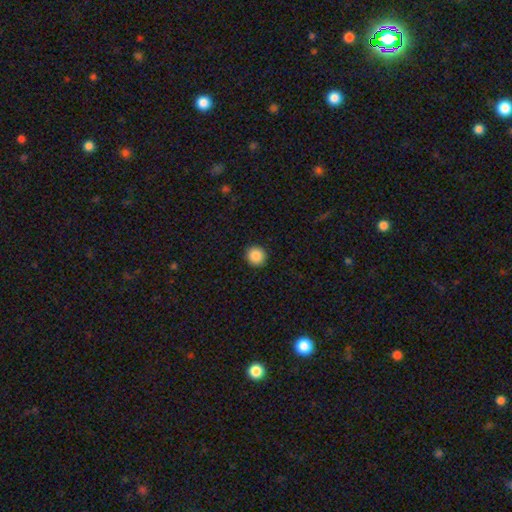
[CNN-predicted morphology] Smooth or featured? smooth (88%)
How rounded? round (93%)
Merging? none (92%)